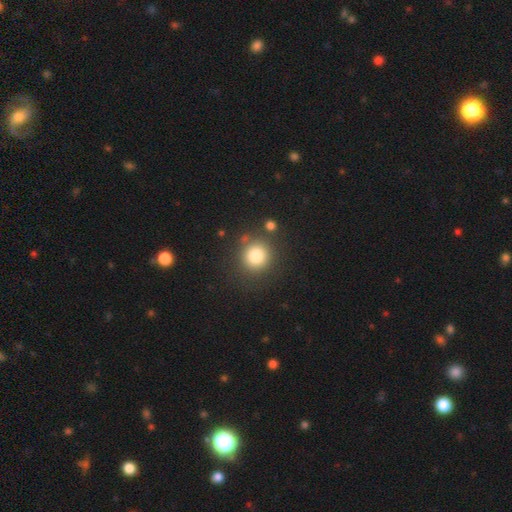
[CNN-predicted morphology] A smooth galaxy with no disk features (82%) that is round (90%).

Vote fractions:
- Smooth or featured? smooth: 82% / star or artifact: 11% / featured or disk: 7%
- How rounded? round: 90% / in between: 9% / cigar-shaped: 1%
- Merging? none: 81% / minor disturbance: 10% / merger: 6% / major disturbance: 4%